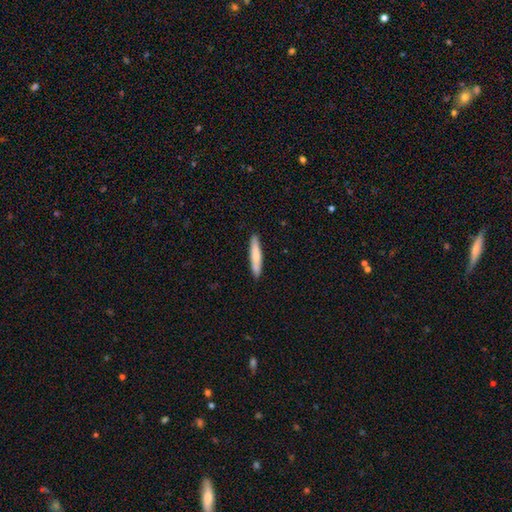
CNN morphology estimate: Overall: smooth (74%). How rounded: cigar-shaped (91%). Merging: none (90%).